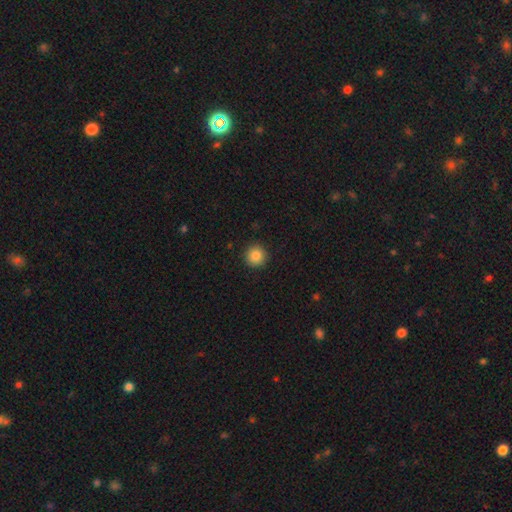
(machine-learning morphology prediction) Q: Smooth or featured?
A: smooth (85%); runner-up: star or artifact (10%)
Q: How rounded?
A: round (95%); runner-up: in between (4%)
Q: Merging?
A: none (92%); runner-up: minor disturbance (5%)